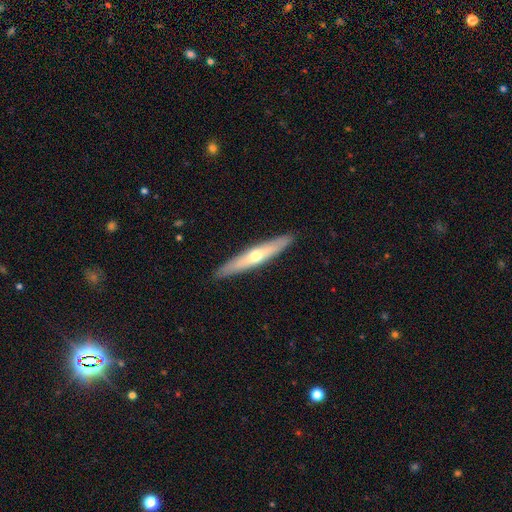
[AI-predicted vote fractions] A featured or disk galaxy (53%) viewed edge-on (89%). Merging: none (91%).